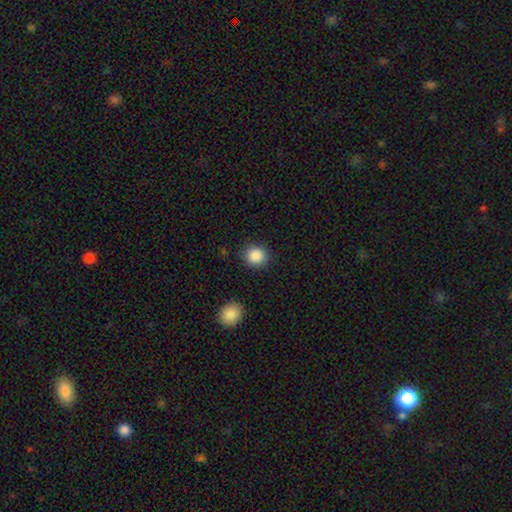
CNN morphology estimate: Smooth or featured? smooth (87%)
How rounded? round (90%)
Merging? none (89%)